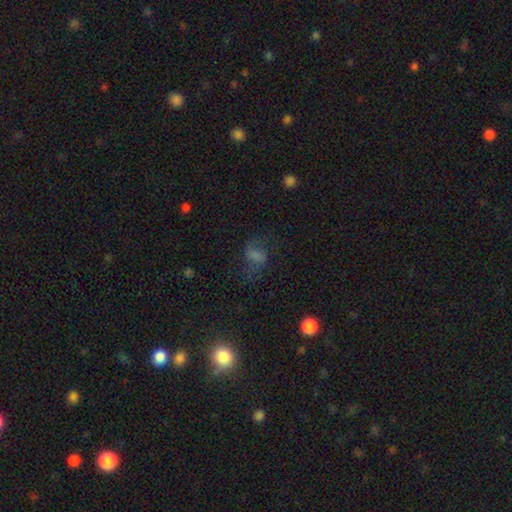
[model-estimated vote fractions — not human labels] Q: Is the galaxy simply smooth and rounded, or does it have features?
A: smooth — 42%.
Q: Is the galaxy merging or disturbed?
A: none — 56%.